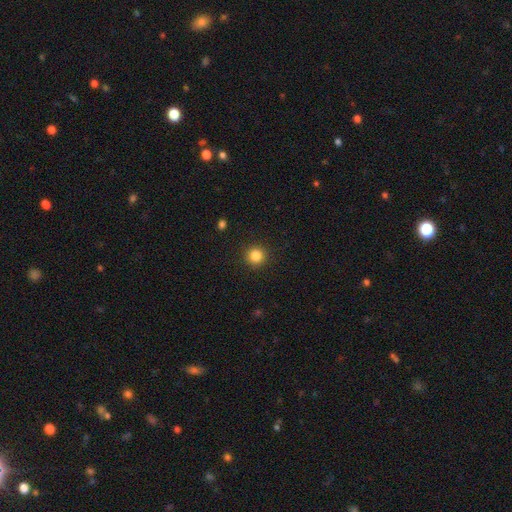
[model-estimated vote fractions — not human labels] This appears to be a smooth galaxy with no disk features (84%) that is round (94%). Merging: none (92%).